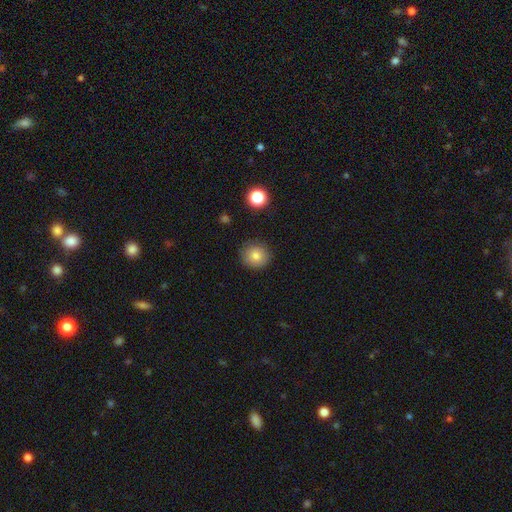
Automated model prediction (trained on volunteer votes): smooth-or-featured: smooth: 81% | star or artifact: 11% | featured or disk: 8%
  how-rounded: round: 90% | in between: 9% | cigar-shaped: 1%
  merging: none: 88% | minor disturbance: 8% | major disturbance: 2% | merger: 1%